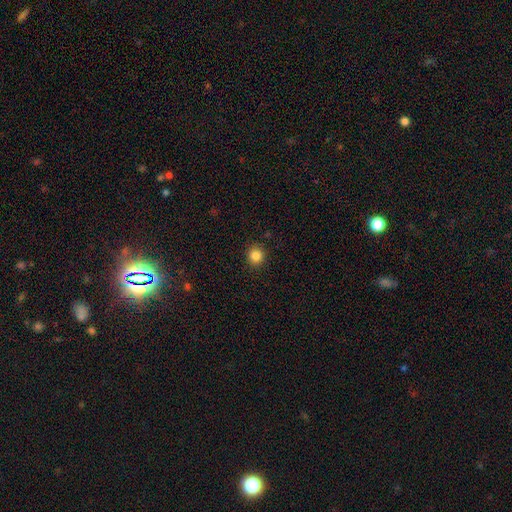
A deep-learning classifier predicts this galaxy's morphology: type=smooth (85%); roundness=round (92%); merging=none (91%).